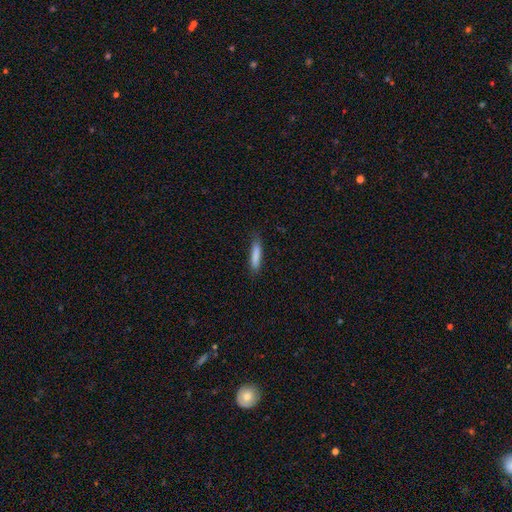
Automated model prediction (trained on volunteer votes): smooth-or-featured: smooth: 84% | featured or disk: 10% | star or artifact: 6%
  how-rounded: cigar-shaped: 85% | in between: 14% | round: 1%
  merging: none: 83% | minor disturbance: 13% | major disturbance: 3% | merger: 1%